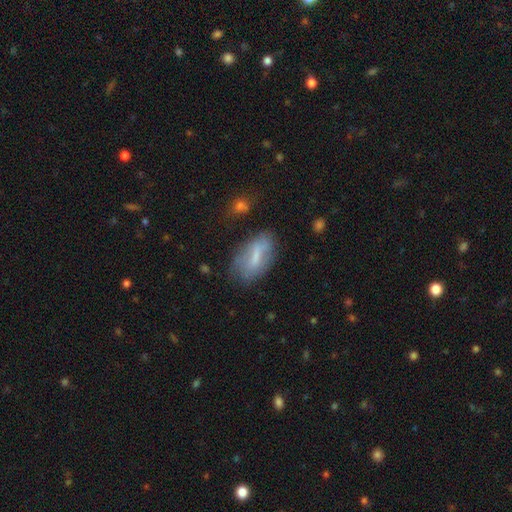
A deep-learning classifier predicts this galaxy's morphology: smooth 57%, featured or disk 35%, star or artifact 9%. Down the decision tree: how rounded — in between (83%); merging — none (60%).